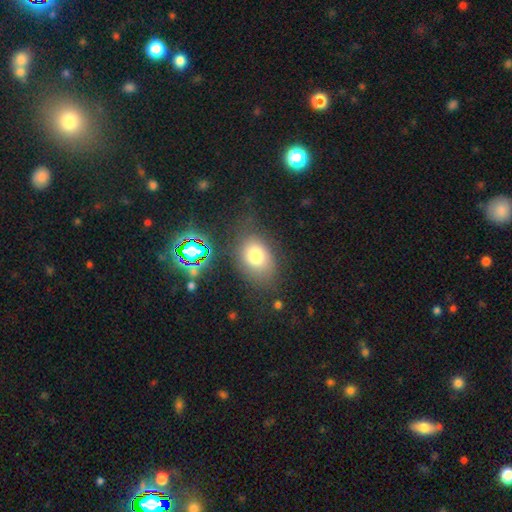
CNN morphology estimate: Smooth or featured? smooth (74%)
How rounded? in between (70%)
Merging? none (67%)